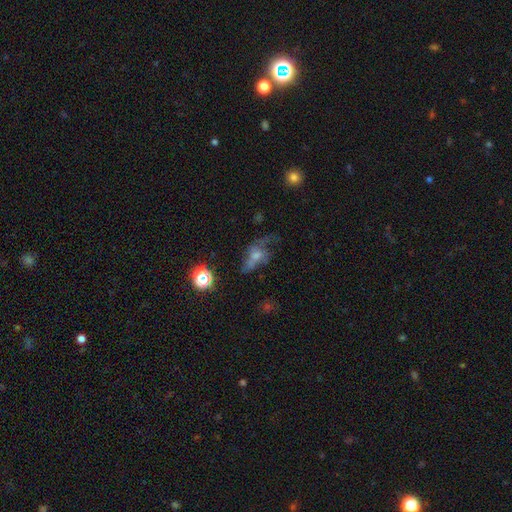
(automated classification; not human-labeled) Overall: featured or disk (49%; smooth 28%). Merging: none (37%; major disturbance 35%).